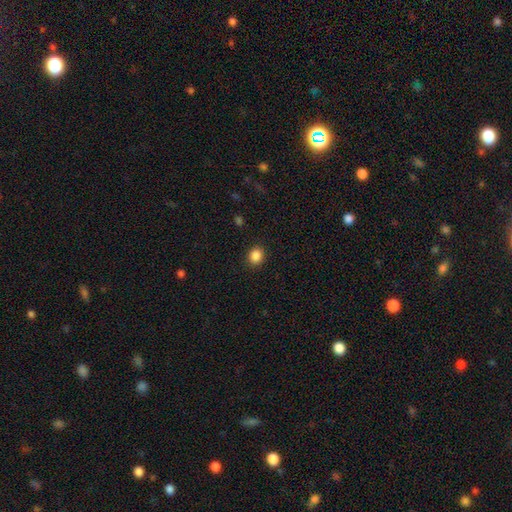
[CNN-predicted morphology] A smooth galaxy with no disk features (87%) that is round (70%).

Vote fractions:
- Smooth or featured? smooth: 87% / star or artifact: 10% / featured or disk: 3%
- How rounded? round: 70% / in between: 29% / cigar-shaped: 1%
- Merging? none: 91% / minor disturbance: 6% / major disturbance: 2% / merger: 1%